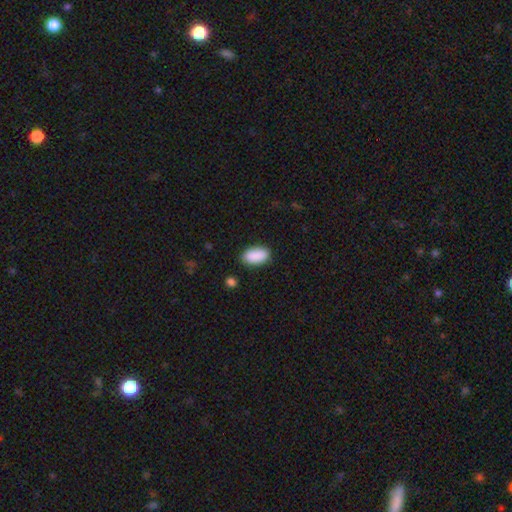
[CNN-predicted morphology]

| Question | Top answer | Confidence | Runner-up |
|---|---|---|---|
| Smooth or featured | smooth | 90% | star or artifact (6%) |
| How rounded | in between | 93% | cigar-shaped (4%) |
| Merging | none | 87% | minor disturbance (9%) |